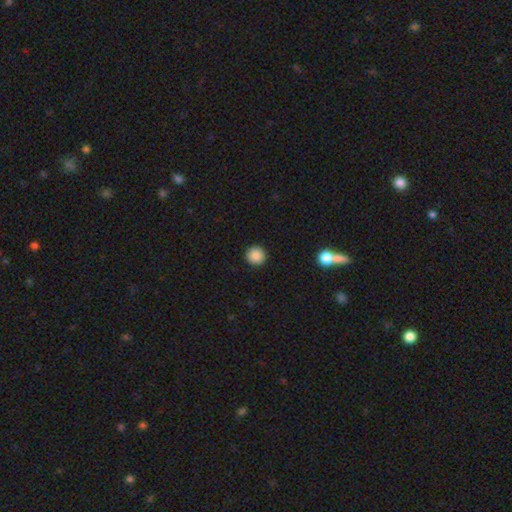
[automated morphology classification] type=smooth (88%); roundness=round (95%); merging=none (93%).